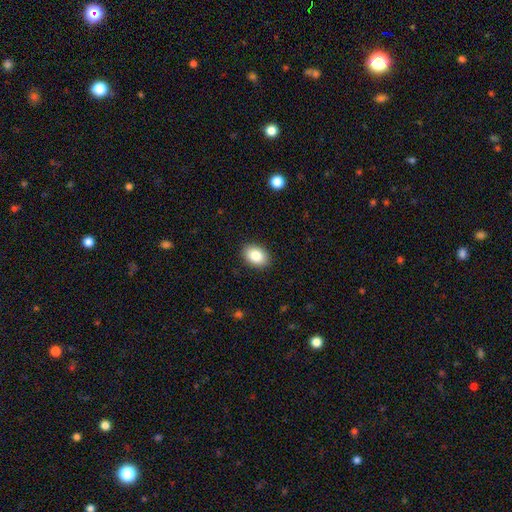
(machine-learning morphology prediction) smooth-or-featured: smooth: 85% | star or artifact: 8% | featured or disk: 7%
  how-rounded: in between: 80% | round: 19% | cigar-shaped: 1%
  merging: none: 89% | minor disturbance: 8% | major disturbance: 2% | merger: 1%